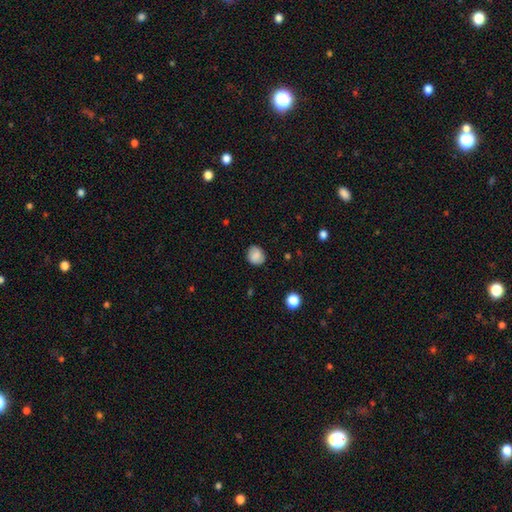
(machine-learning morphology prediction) This appears to be a smooth galaxy with no disk features (82%) that is round (74%). Merging: none (82%).